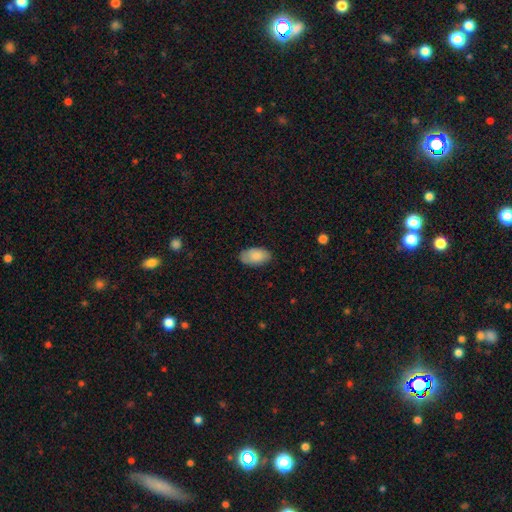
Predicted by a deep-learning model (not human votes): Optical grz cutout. It shows a smooth galaxy with no disk features (86%) that is in between round and cigar-shaped (95%). Merging: none (82%).